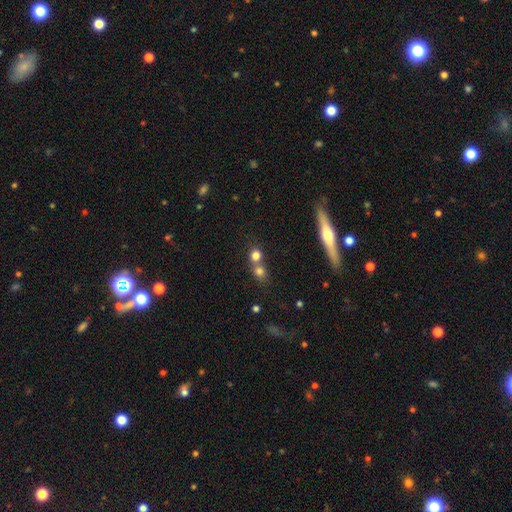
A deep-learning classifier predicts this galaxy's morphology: Smooth or featured? smooth (75%)
How rounded? round (82%)
Merging? merger (46%)